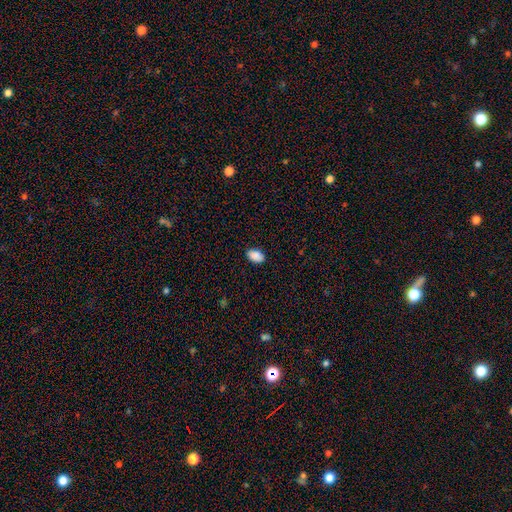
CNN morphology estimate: Q: Smooth or featured?
A: smooth (89%); runner-up: star or artifact (8%)
Q: How rounded?
A: in between (90%); runner-up: round (8%)
Q: Merging?
A: none (86%); runner-up: minor disturbance (11%)